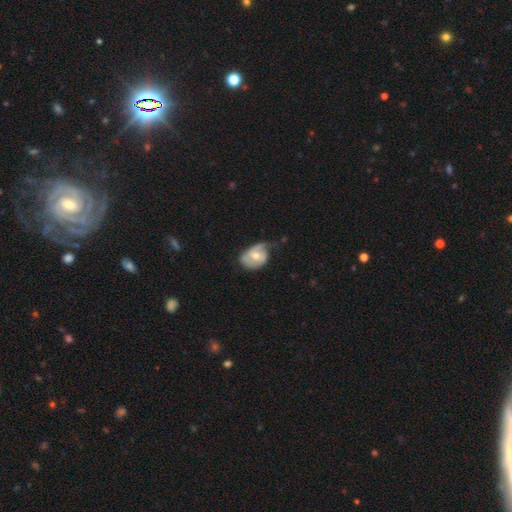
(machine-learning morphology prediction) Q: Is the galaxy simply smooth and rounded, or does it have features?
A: featured or disk — 56%.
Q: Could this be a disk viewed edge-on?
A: no — 96%.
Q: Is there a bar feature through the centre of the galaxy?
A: no — 61%.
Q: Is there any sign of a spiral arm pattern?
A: yes — 71%.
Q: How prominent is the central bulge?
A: moderate — 69%.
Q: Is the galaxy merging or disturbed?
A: minor disturbance — 39%.